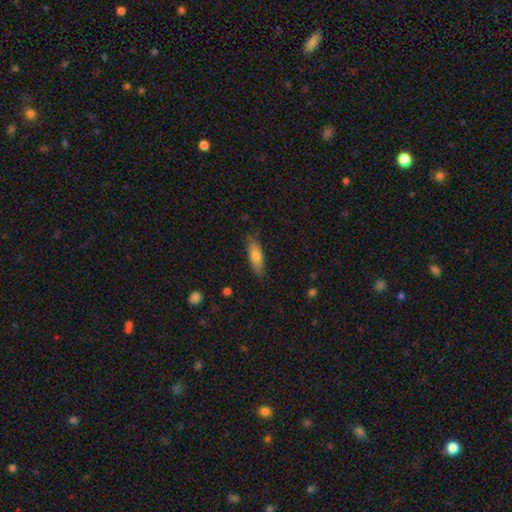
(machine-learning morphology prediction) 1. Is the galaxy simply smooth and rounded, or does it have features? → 72% smooth, 22% featured or disk, 6% star or artifact.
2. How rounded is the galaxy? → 49% cigar-shaped (tied), 49% in between (tied), 2% round.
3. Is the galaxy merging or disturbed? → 82% none, 14% minor disturbance, 2% major disturbance, 1% merger.